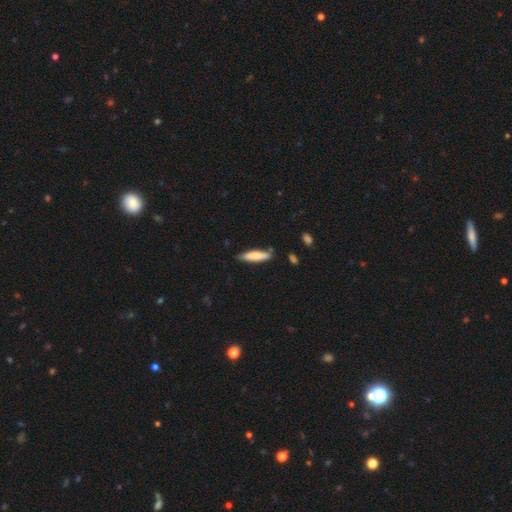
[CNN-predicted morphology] Overall: smooth (76%). How rounded: cigar-shaped (76%). Merging: none (76%).